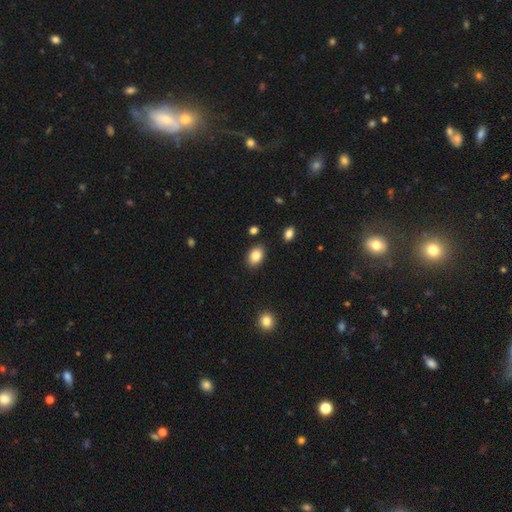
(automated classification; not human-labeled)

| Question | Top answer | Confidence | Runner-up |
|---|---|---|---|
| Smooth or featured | smooth | 86% | star or artifact (8%) |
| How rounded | in between | 82% | round (17%) |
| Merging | none | 86% | minor disturbance (9%) |